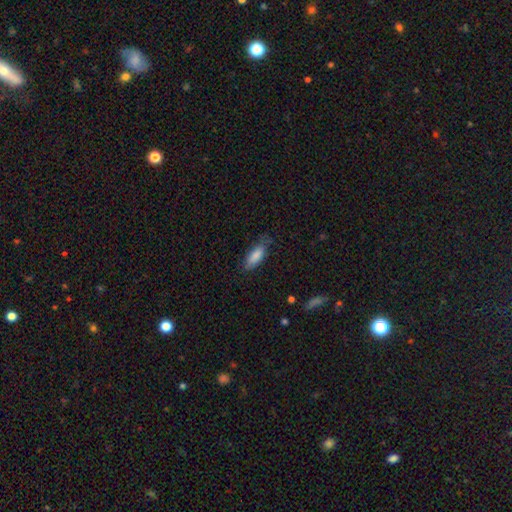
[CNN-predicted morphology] Smooth or featured? Predicted: smooth (p=0.84). How rounded? Predicted: in between (p=0.75). Merging? Predicted: none (p=0.63).